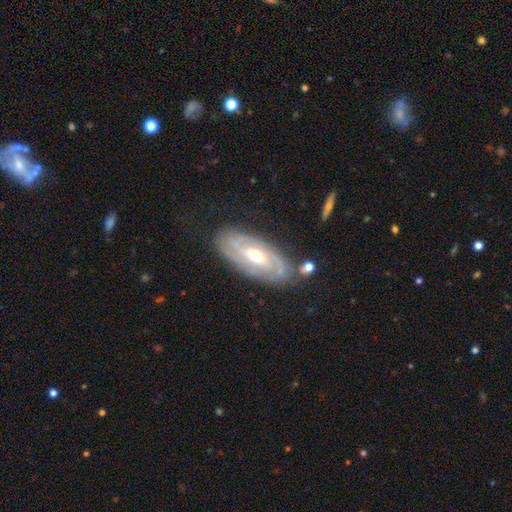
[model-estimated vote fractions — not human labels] Smooth or featured? featured or disk (81%)
Edge-on disk? no (91%)
Bar? no (43%)
Spiral arms? yes (92%)
Spiral winding? tight (69%)
Spiral arm count? 2 (40%)
Bulge size? moderate (64%)
Merging? none (80%)